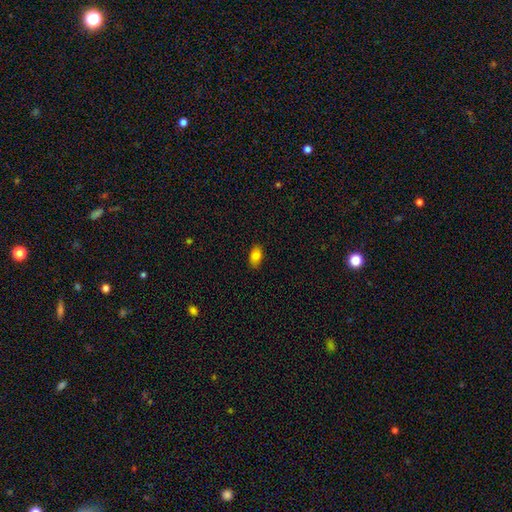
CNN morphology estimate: Smooth or featured: smooth — 82% (star or artifact — 9%)
How rounded: in between — 91% (round — 7%)
Merging: none — 87% (minor disturbance — 10%)